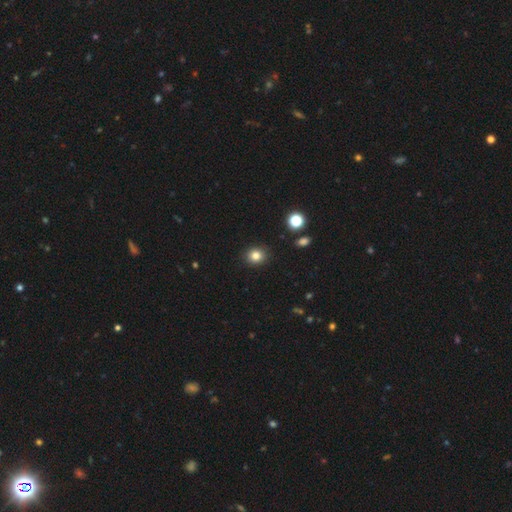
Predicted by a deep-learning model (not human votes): Smooth or featured?
  - smooth: 82% *
  - star or artifact: 12%
  - featured or disk: 6%
How rounded?
  - round: 77% *
  - in between: 22%
  - cigar-shaped: 1%
Merging?
  - none: 90% *
  - minor disturbance: 7%
  - major disturbance: 2%
  - merger: 1%